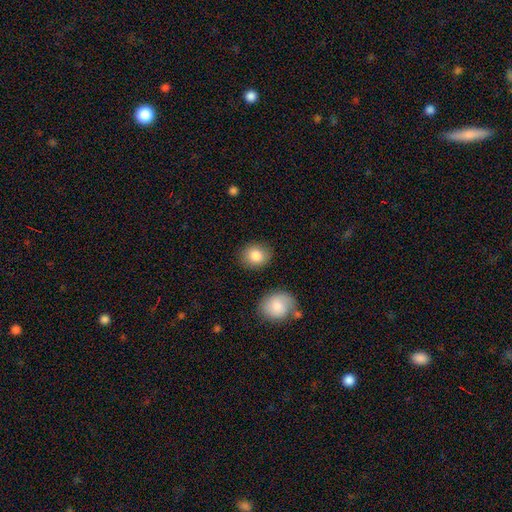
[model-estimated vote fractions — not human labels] A smooth galaxy with no disk features (86%) that is round (68%).

Vote fractions:
- Smooth or featured? smooth: 86% / star or artifact: 8% / featured or disk: 7%
- How rounded? round: 68% / in between: 30% / cigar-shaped: 1%
- Merging? none: 83% / minor disturbance: 11% / merger: 4% / major disturbance: 3%